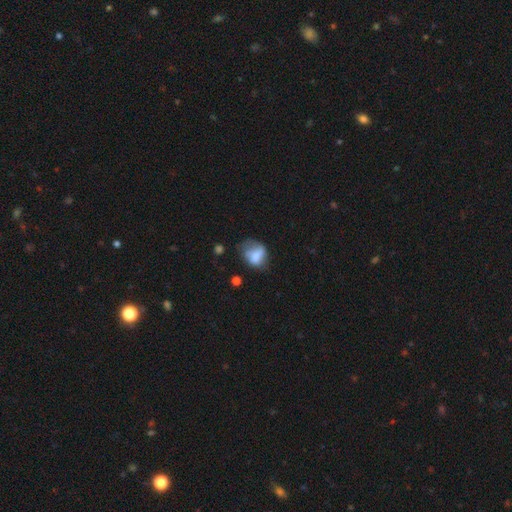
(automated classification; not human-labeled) smooth_or_featured: smooth (p=0.68) [alt: featured or disk p=0.23]
how_rounded: in between (p=0.60) [alt: round p=0.38]
merging: minor disturbance (p=0.34) [alt: none p=0.31]